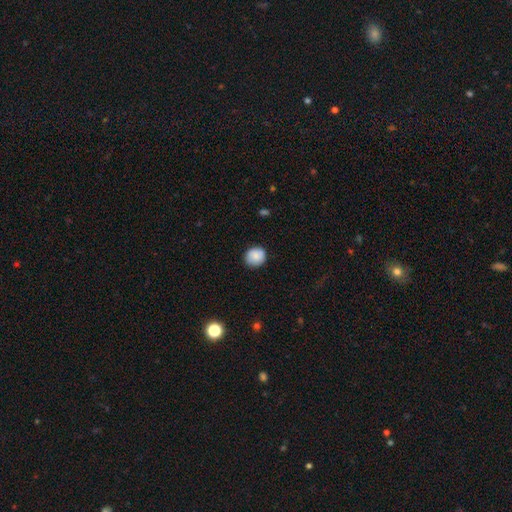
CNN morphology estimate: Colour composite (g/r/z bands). It shows a smooth galaxy with no disk features (86%) that is round (80%). Merging: none (84%).